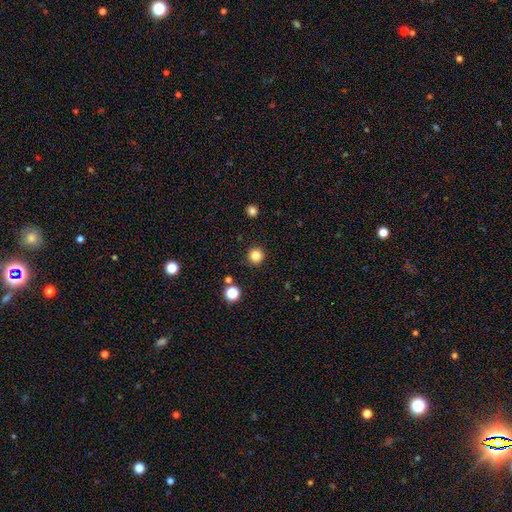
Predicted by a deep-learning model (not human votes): A smooth galaxy with no disk features (83%) that is round (96%).

Vote fractions:
- Smooth or featured? smooth: 83% / star or artifact: 13% / featured or disk: 4%
- How rounded? round: 96% / in between: 3% / cigar-shaped: 1%
- Merging? none: 92% / minor disturbance: 5% / major disturbance: 2% / merger: 1%